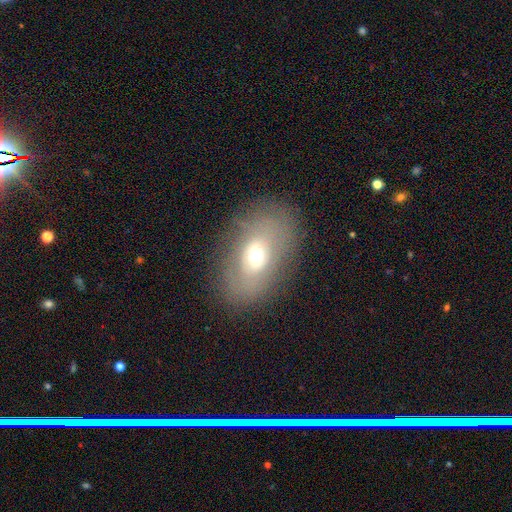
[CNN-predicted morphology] Smooth or featured? smooth (53%)
How rounded? in between (82%)
Merging? none (79%)